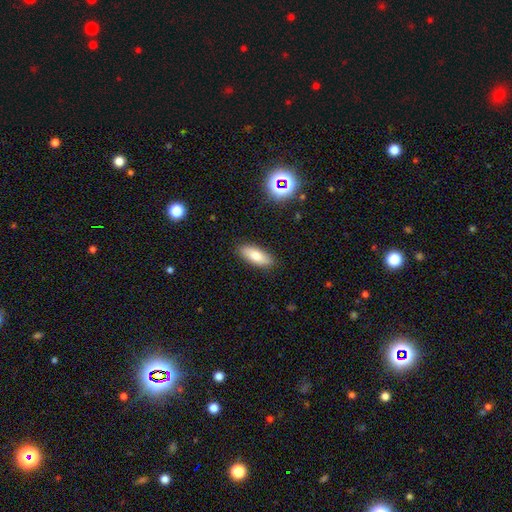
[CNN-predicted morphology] A smooth galaxy with no disk features (77%) that is in between round and cigar-shaped (73%). Merging: none (88%).